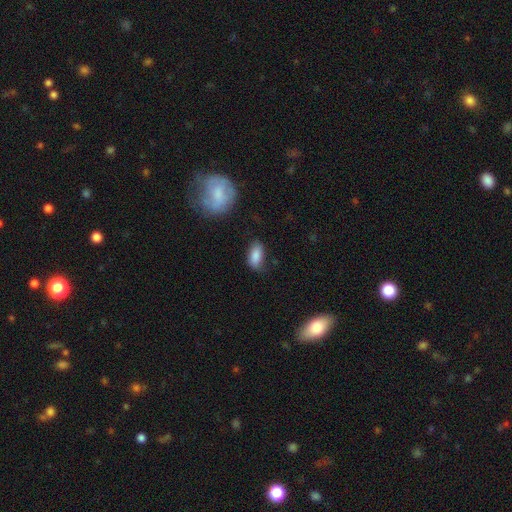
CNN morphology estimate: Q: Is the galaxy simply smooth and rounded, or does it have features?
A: smooth — 85%.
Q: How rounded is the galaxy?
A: in between — 91%.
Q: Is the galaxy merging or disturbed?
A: none — 71%.